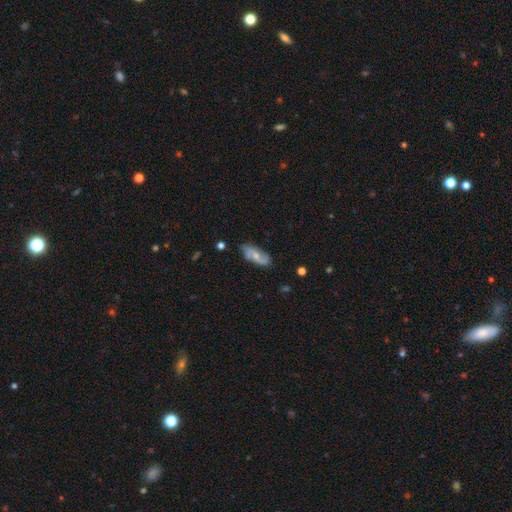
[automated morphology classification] smooth-or-featured: featured or disk: 60% | smooth: 33% | star or artifact: 7%
  disk-edge-on: no: 92% | yes: 8%
    bar: no: 54% | weak: 38% | strong: 9%
    has-spiral-arms: yes: 89% | no: 11%
    bulge-size: small: 46% | moderate: 45% | none: 6% | large: 3% | dominant: 1%
  merging: none: 75% | minor disturbance: 19% | major disturbance: 5% | merger: 2%